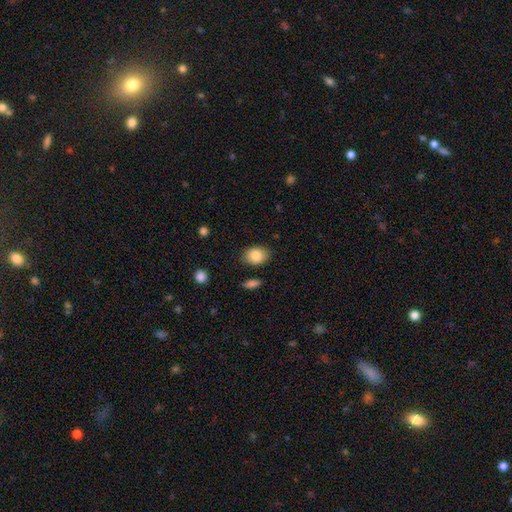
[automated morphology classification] Smooth or featured: smooth — 86% (star or artifact — 8%)
How rounded: in between — 74% (round — 25%)
Merging: none — 82% (minor disturbance — 13%)